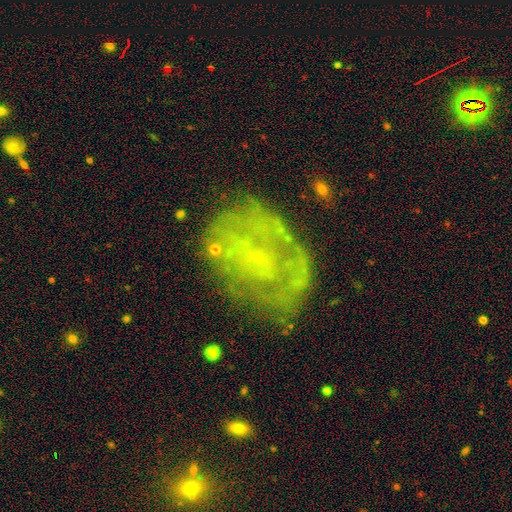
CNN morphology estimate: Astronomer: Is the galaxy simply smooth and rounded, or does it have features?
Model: featured or disk — 67%.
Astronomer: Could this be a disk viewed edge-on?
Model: no — 97%.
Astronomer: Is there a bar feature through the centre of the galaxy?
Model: no — 63%.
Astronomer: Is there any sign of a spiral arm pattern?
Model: yes — 56% (runner-up: no, 44%).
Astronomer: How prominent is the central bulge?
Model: small — 61%.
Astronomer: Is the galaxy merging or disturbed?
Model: none — 59%.